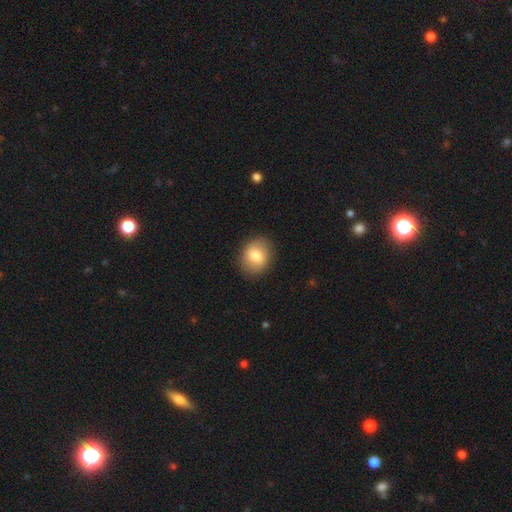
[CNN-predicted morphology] Smooth or featured? Predicted: smooth (p=0.79). How rounded? Predicted: round (p=0.51). Merging? Predicted: none (p=0.86).